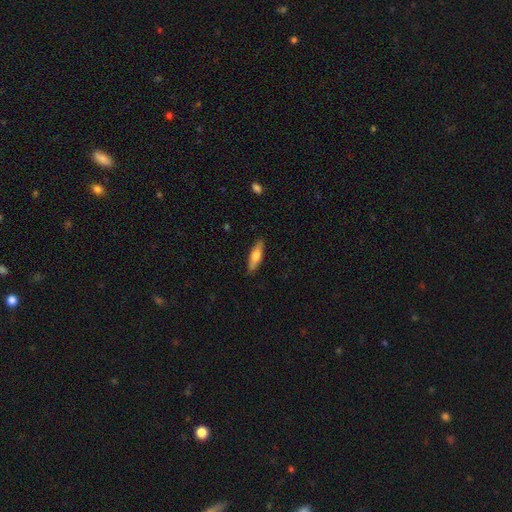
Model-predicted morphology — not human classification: Smooth or featured: smooth — 56% (featured or disk — 38%)
How rounded: cigar-shaped — 61% (in between — 36%)
Merging: none — 88% (minor disturbance — 9%)